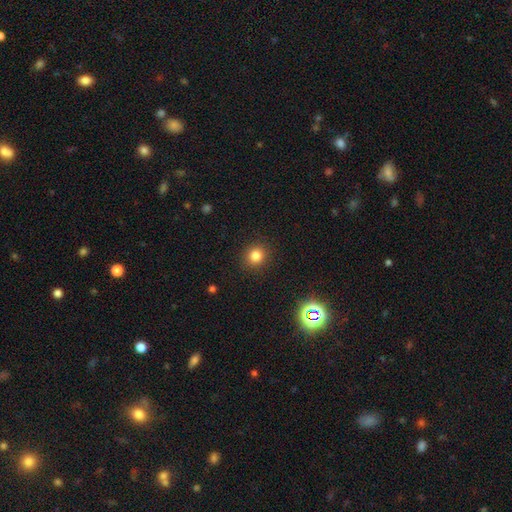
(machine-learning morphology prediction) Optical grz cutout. It shows a smooth galaxy with no disk features (82%) that is round (88%). Merging: none (90%).